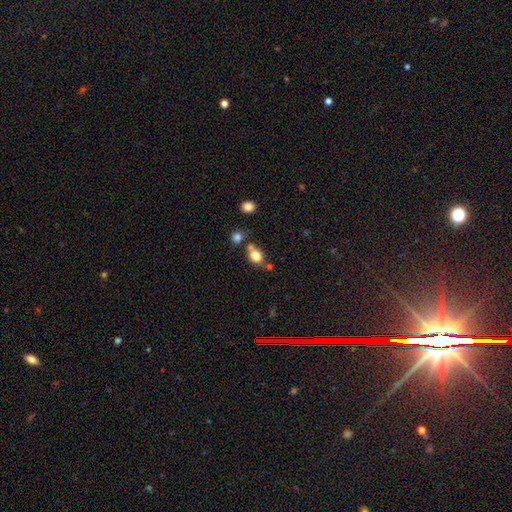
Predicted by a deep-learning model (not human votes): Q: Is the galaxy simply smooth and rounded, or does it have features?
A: smooth — 79%.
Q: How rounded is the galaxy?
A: round — 53%.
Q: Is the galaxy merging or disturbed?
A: none — 55%.